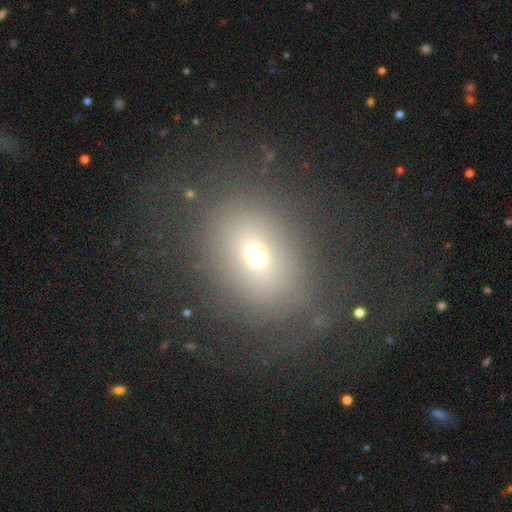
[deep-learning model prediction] Morphology: type=smooth (63%); roundness=in between (53%); merging=none (66%).